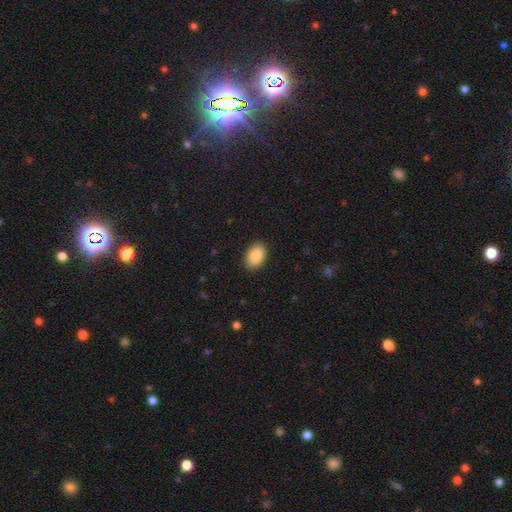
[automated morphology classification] This is clearly a smooth galaxy (88%). How rounded: clearly in between (88%). Merging: clearly none (89%).